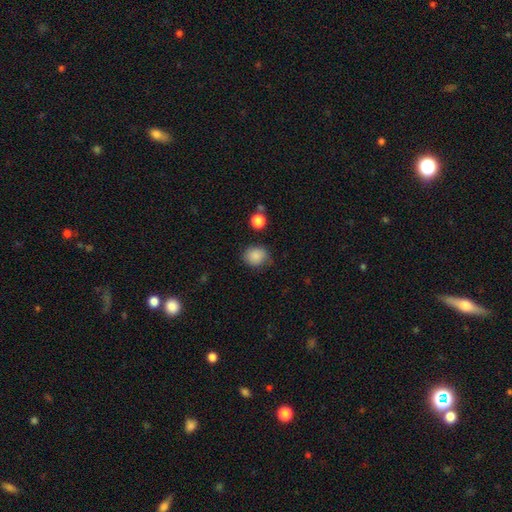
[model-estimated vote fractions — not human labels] A smooth galaxy with no disk features (84%) that is round (70%). Merging: none (69%).